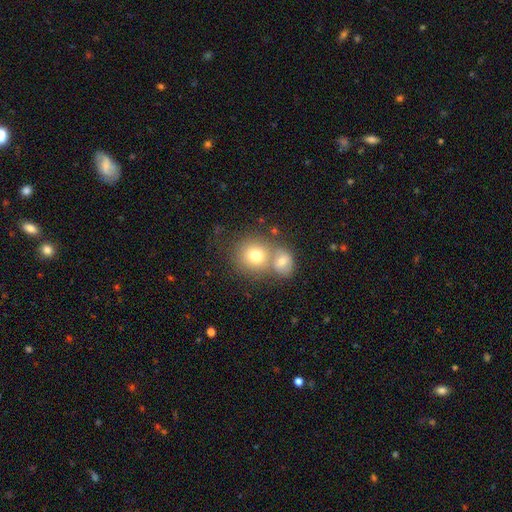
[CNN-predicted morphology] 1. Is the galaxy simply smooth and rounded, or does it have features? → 73% smooth, 16% featured or disk, 10% star or artifact.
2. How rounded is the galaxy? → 83% round, 16% in between, 1% cigar-shaped.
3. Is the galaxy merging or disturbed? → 47% merger, 42% none, 8% minor disturbance, 4% major disturbance.